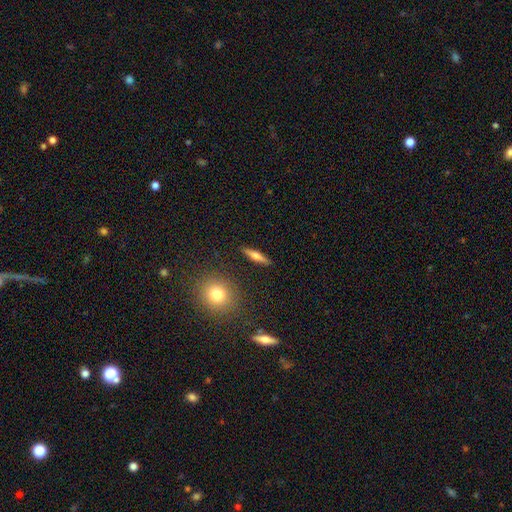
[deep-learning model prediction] smooth-or-featured: smooth: 52% | featured or disk: 41% | star or artifact: 8%
  how-rounded: cigar-shaped: 79% | in between: 17% | round: 4%
  merging: none: 90% | minor disturbance: 7% | major disturbance: 2% | merger: 2%